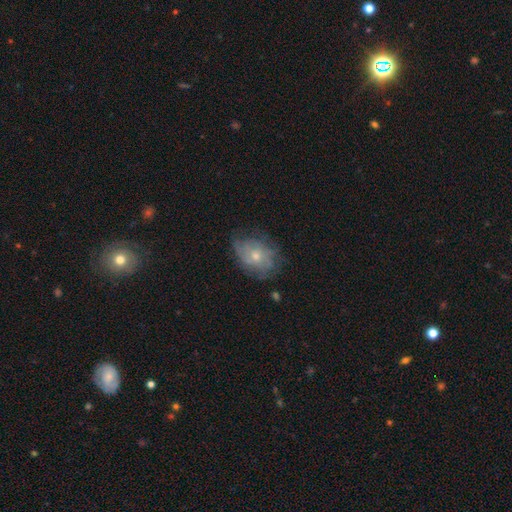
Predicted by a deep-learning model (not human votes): Smooth or featured?
  - featured or disk: 53% *
  - smooth: 38%
  - star or artifact: 9%
Edge-on disk?
  - no: 96% *
  - yes: 4%
Bar?
  - no: 83% *
  - weak: 15%
  - strong: 2%
Spiral arms?
  - yes: 64% *
  - no: 36%
Bulge size?
  - moderate: 49% *
  - small: 46%
  - large: 2%
  - none: 2%
  - dominant: 1%
Merging?
  - none: 59% *
  - minor disturbance: 27%
  - major disturbance: 12%
  - merger: 2%